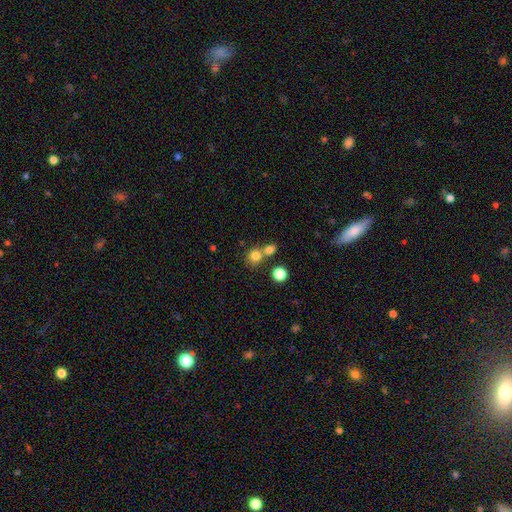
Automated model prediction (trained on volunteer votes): This is likely a smooth galaxy (79%). How rounded: clearly round (84%). Merging: possibly none (51%).